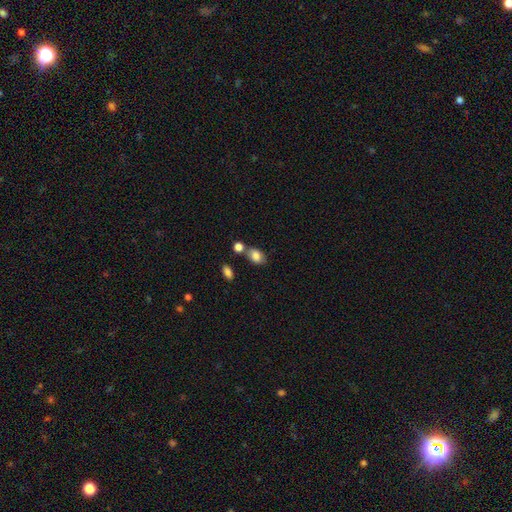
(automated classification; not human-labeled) Overall: smooth (84%). How rounded: in between (81%). Merging: none (58%; merger 22%).